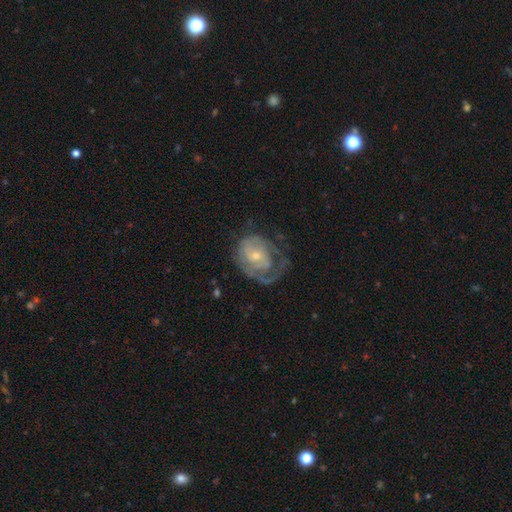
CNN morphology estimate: featured or disk 69%, smooth 24%, star or artifact 7%. Down the decision tree: edge-on disk — no (97%); bar — no (69%); spiral arms — yes (76%); spiral arm count — can't tell (34%); spiral winding — tight (50%); bulge size — small (64%); merging — none (38%).